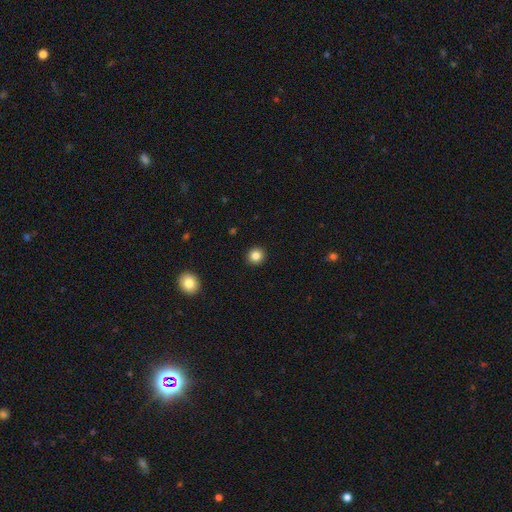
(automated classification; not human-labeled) Overall: smooth (84%). How rounded: round (92%). Merging: none (93%).